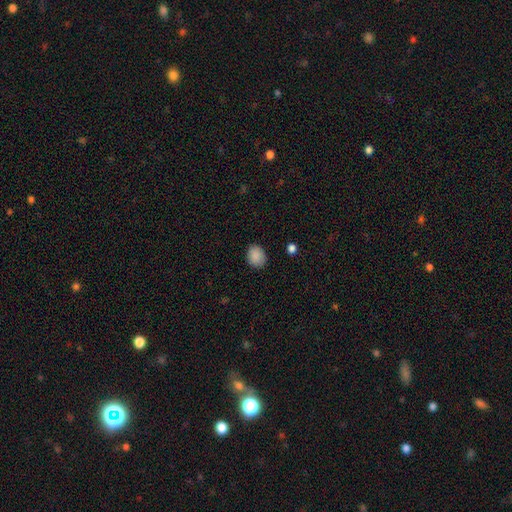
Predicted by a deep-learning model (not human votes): Q: Smooth or featured?
A: smooth (89%); runner-up: star or artifact (8%)
Q: How rounded?
A: round (51%); runner-up: in between (49%)
Q: Merging?
A: none (86%); runner-up: minor disturbance (11%)